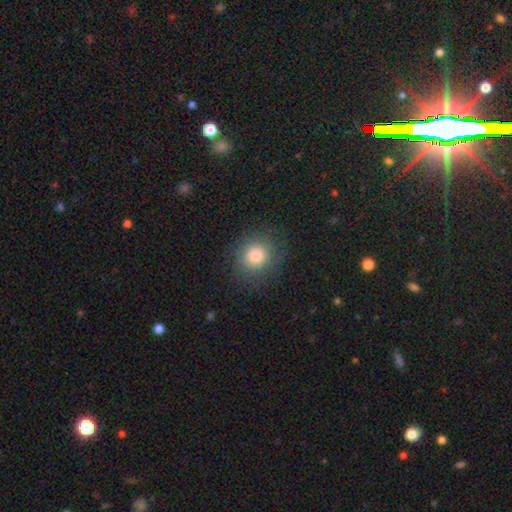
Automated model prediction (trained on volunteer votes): Overall: smooth (82%). How rounded: round (82%). Merging: none (85%).